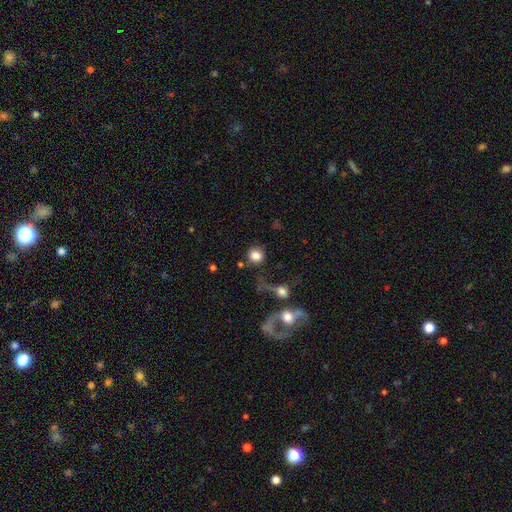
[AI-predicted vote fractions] Morphology: type=smooth (82%); roundness=round (82%); merging=none (65%).